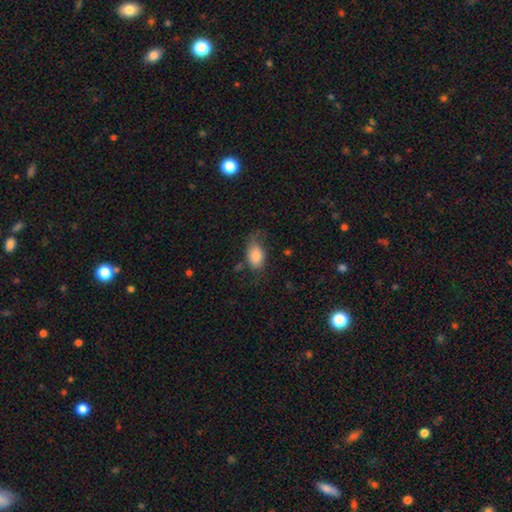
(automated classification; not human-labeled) smooth 82%, featured or disk 11%, star or artifact 8%. Down the decision tree: how rounded — in between (89%); merging — none (47%).